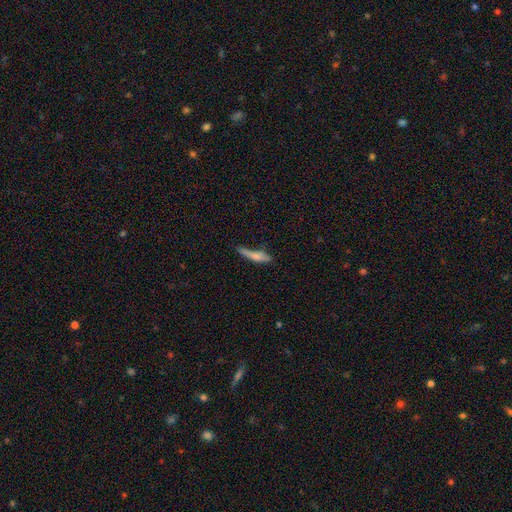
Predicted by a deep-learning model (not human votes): smooth_or_featured: smooth (p=0.66) [alt: featured or disk p=0.26]
how_rounded: cigar-shaped (p=0.84) [alt: in between p=0.14]
merging: none (p=0.52) [alt: minor disturbance p=0.30]